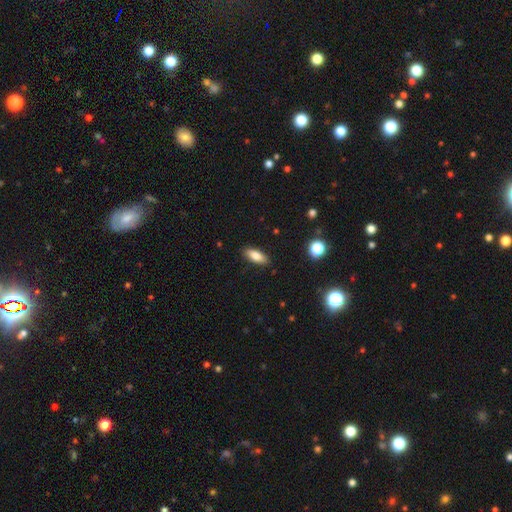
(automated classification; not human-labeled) This appears to be a smooth galaxy with no disk features (82%) that is in between round and cigar-shaped (77%). Merging: none (88%).